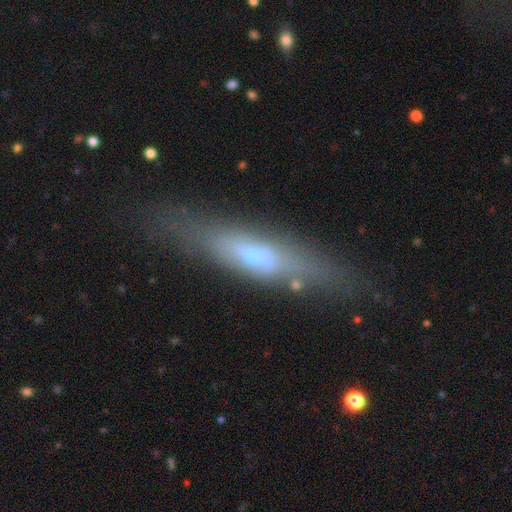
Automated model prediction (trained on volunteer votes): The model was most divided on "smooth or featured": featured or disk: 50%, smooth: 40%, star or artifact: 9%. More confident: merging — none (74%); edge-on disk — yes (73%).